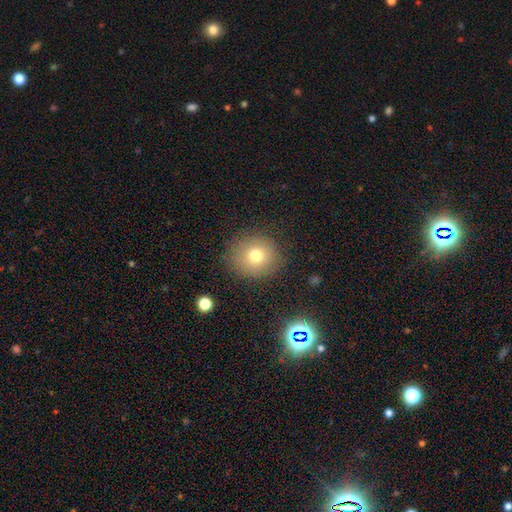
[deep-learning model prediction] Q: Smooth or featured?
A: smooth (74%); runner-up: featured or disk (13%)
Q: How rounded?
A: round (87%); runner-up: in between (12%)
Q: Merging?
A: none (86%); runner-up: minor disturbance (9%)